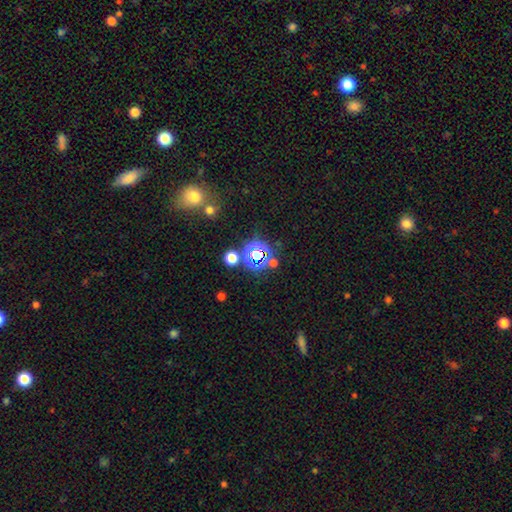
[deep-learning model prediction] Smooth or featured: star or artifact — 63% (smooth — 27%)